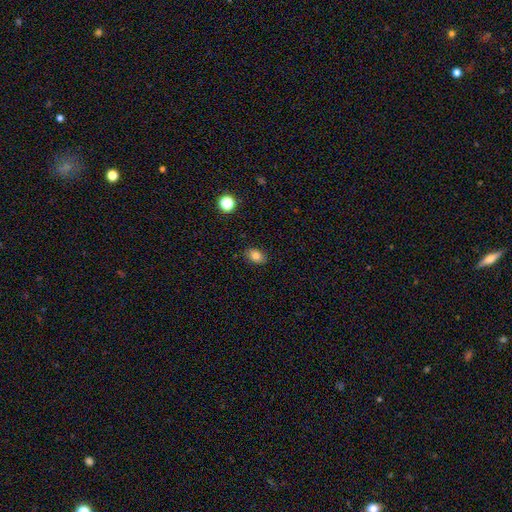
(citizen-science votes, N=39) Smooth or featured?
  - smooth: 72% *
  - featured or disk: 18%
  - star or artifact: 10%
How rounded?
  - in between: 75% *
  - round: 25%
  - cigar-shaped: 0%
Merging?
  - none: 86% *
  - minor disturbance: 11%
  - major disturbance: 3%
  - merger: 0%